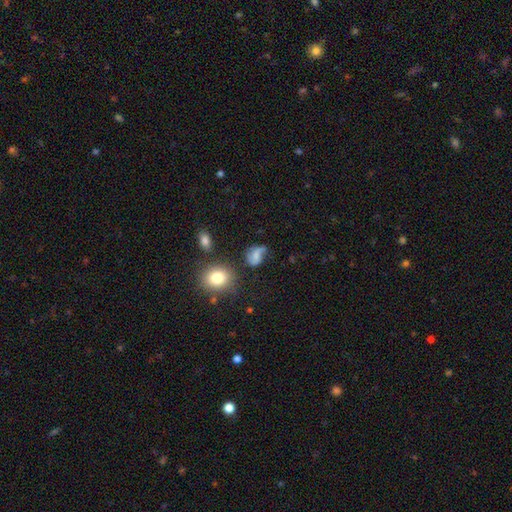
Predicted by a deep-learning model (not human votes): Q: Smooth or featured?
A: smooth (46%); runner-up: featured or disk (40%)
Q: Merging?
A: none (47%); runner-up: minor disturbance (26%)